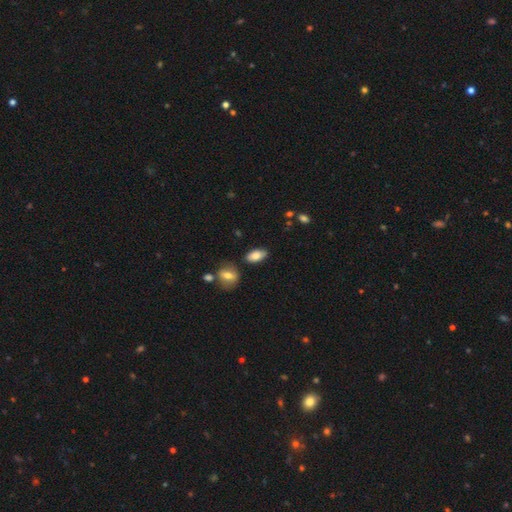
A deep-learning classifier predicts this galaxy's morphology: This is clearly a smooth galaxy (82%). How rounded: clearly in between (91%). Merging: likely none (79%).